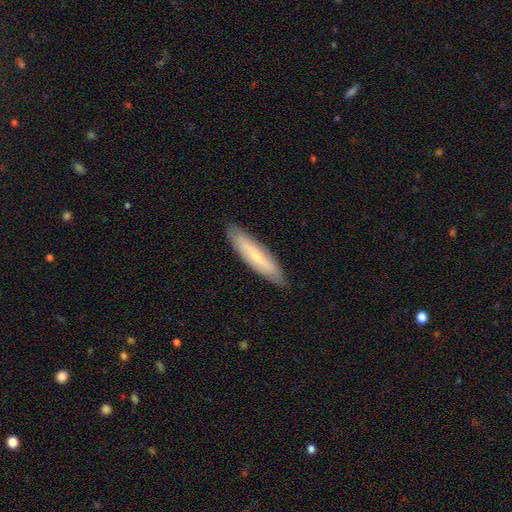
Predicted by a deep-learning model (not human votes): A smooth galaxy with no disk features (54%) that is cigar-shaped (75%).

Vote fractions:
- Smooth or featured? smooth: 54% / featured or disk: 40% / star or artifact: 6%
- How rounded? cigar-shaped: 75% / in between: 23% / round: 1%
- Merging? none: 85% / minor disturbance: 12% / major disturbance: 2% / merger: 1%